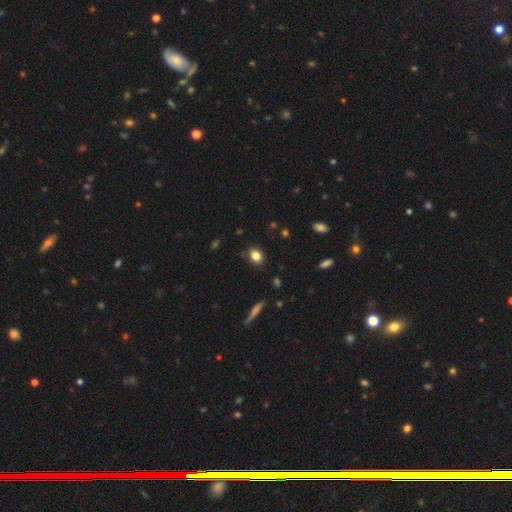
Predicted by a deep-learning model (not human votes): This appears to be a smooth galaxy with no disk features (83%) that is in between round and cigar-shaped (52%). Merging: none (86%).